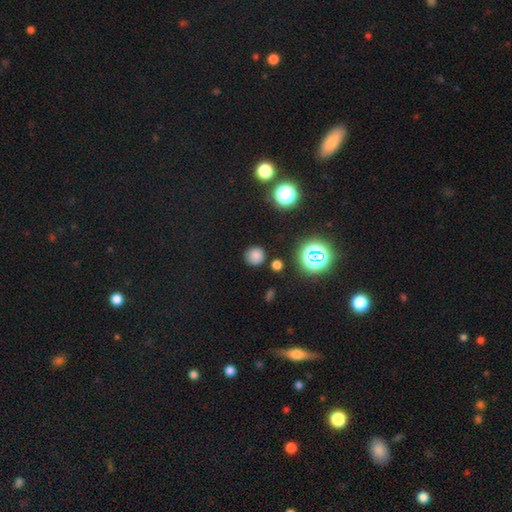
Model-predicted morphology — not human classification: smooth-or-featured: smooth: 73% | star or artifact: 20% | featured or disk: 6%
  how-rounded: round: 92% | in between: 7% | cigar-shaped: 1%
  merging: none: 84% | minor disturbance: 10% | major disturbance: 3% | merger: 3%